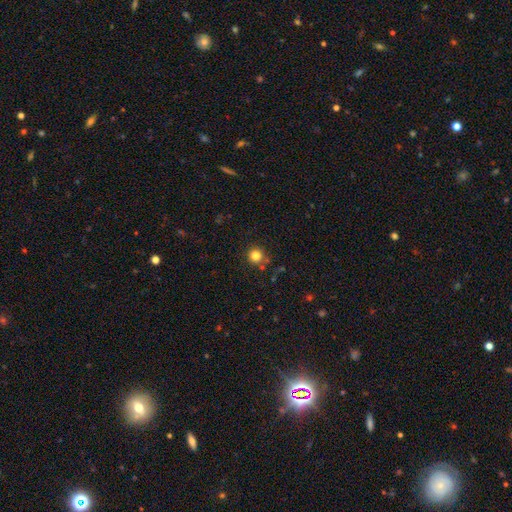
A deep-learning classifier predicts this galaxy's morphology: This appears to be a smooth galaxy with no disk features (82%) that is round (95%). Merging: none (84%).